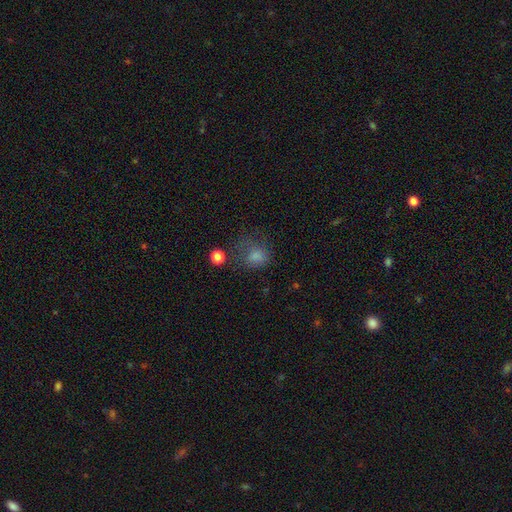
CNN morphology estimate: This is likely a smooth galaxy (66%). How rounded: likely round (68%). Merging: possibly none (49%).